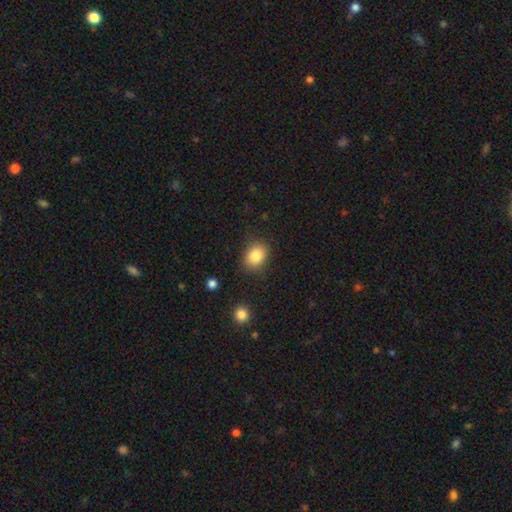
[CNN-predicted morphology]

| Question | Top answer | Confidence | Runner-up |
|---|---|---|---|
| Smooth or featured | smooth | 85% | star or artifact (9%) |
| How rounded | in between | 59% | round (40%) |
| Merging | none | 82% | minor disturbance (13%) |